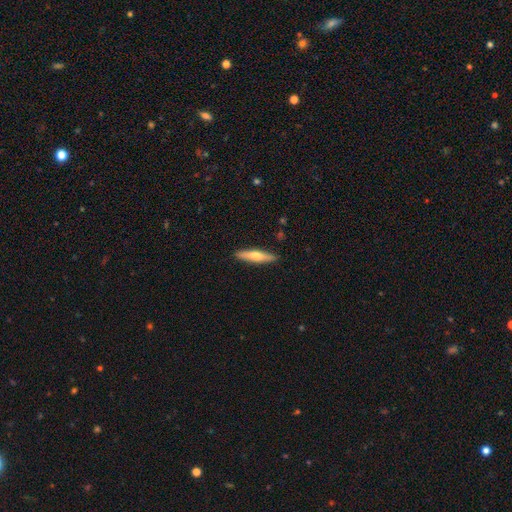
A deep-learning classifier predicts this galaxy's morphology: Smooth or featured? Predicted: smooth (p=0.53). How rounded? Predicted: cigar-shaped (p=0.85). Merging? Predicted: none (p=0.89).